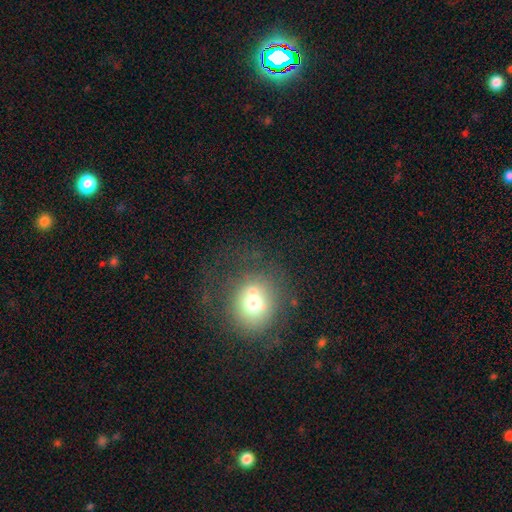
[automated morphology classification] A smooth galaxy with no disk features (59%) that is round (70%).

Vote fractions:
- Smooth or featured? smooth: 59% / featured or disk: 24% / star or artifact: 17%
- How rounded? round: 70% / in between: 29% / cigar-shaped: 1%
- Merging? none: 66% / minor disturbance: 17% / major disturbance: 15% / merger: 2%